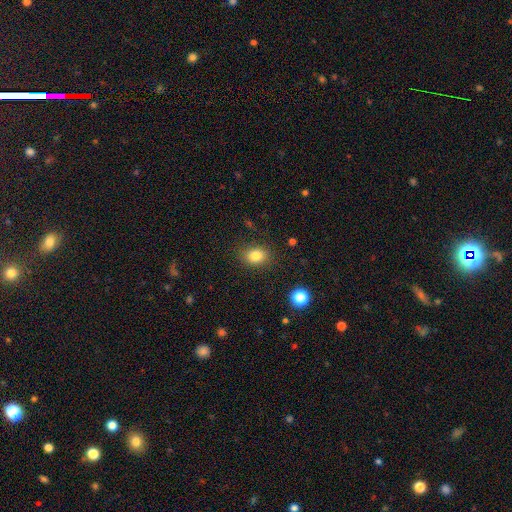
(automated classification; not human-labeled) Smooth or featured? smooth (82%)
How rounded? in between (55%)
Merging? none (84%)